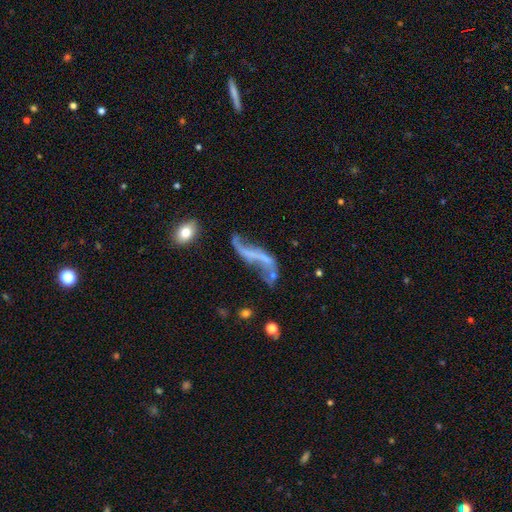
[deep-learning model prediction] Q: Smooth or featured?
A: featured or disk (77%); runner-up: smooth (13%)
Q: Edge-on disk?
A: no (87%); runner-up: yes (13%)
Q: Bar?
A: no (44%); runner-up: strong (30%)
Q: Spiral arms?
A: yes (76%); runner-up: no (24%)
Q: Spiral winding?
A: loose (94%); runner-up: medium (4%)
Q: Spiral arm count?
A: 2 (87%); runner-up: 1 (6%)
Q: Bulge size?
A: none (67%); runner-up: small (24%)
Q: Merging?
A: none (41%); runner-up: major disturbance (25%)